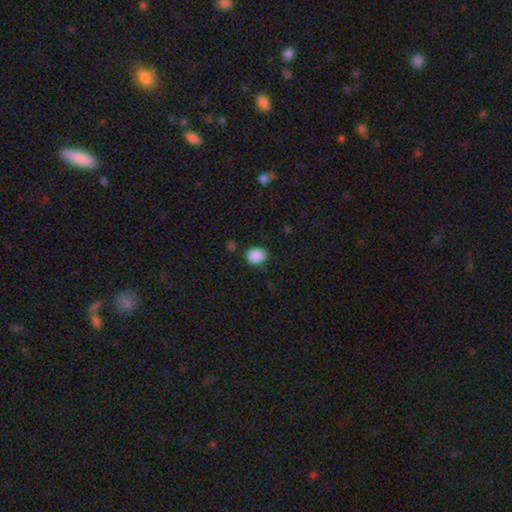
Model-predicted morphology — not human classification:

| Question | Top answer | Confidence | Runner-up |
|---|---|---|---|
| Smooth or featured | smooth | 89% | star or artifact (9%) |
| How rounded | in between | 56% | round (43%) |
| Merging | none | 79% | minor disturbance (15%) |